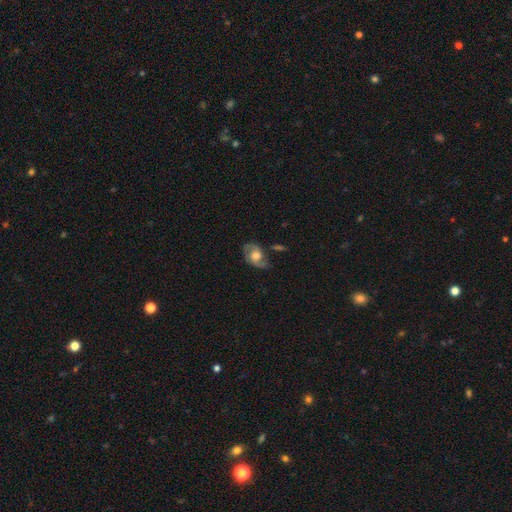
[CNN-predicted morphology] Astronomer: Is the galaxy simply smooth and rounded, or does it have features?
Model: featured or disk — 72%.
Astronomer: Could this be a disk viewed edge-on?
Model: no — 96%.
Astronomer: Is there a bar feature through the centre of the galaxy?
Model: no — 69%.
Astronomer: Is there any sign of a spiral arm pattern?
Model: yes — 86%.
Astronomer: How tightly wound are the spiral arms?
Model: medium — 49% (runner-up: tight, 29%).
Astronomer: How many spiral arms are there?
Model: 2 — 84%.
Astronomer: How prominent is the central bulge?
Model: moderate — 60%.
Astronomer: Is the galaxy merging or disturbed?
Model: none — 65%.